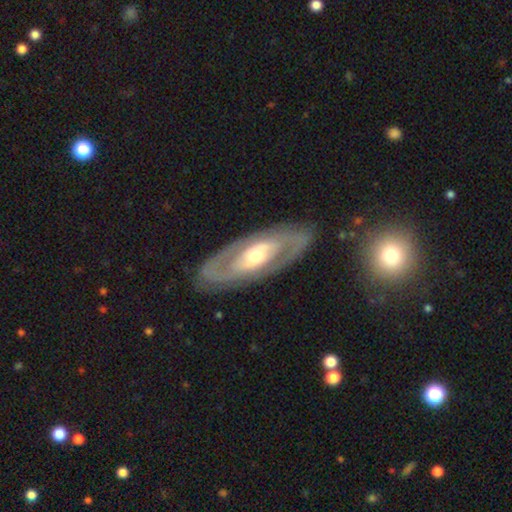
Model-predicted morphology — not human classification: A featured or disk galaxy (76%) with no bar (58%), spiral arms (54%) and a moderate central bulge (64%). Merging: none (85%).